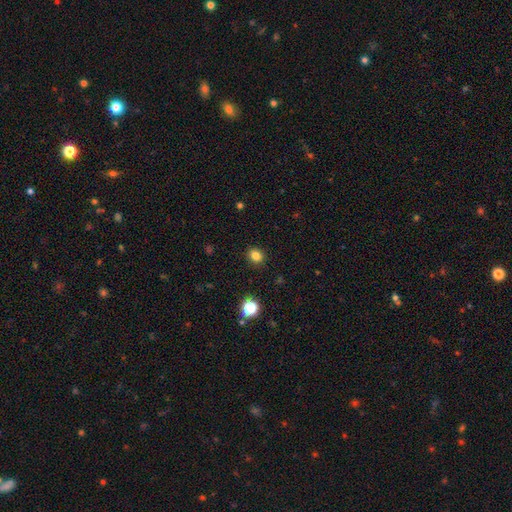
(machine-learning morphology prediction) smooth_or_featured: smooth (p=0.81) [alt: star or artifact p=0.14]
how_rounded: round (p=0.73) [alt: in between p=0.26]
merging: none (p=0.90) [alt: minor disturbance p=0.06]